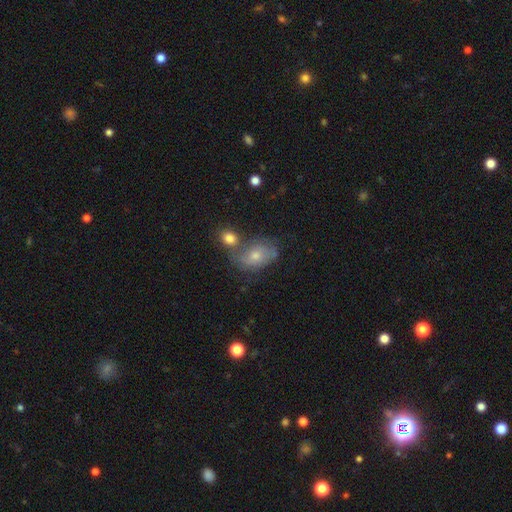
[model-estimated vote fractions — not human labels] smooth_or_featured: smooth (p=0.55) [alt: featured or disk p=0.34]
how_rounded: in between (p=0.79) [alt: round p=0.19]
merging: none (p=0.43) [alt: merger p=0.28]